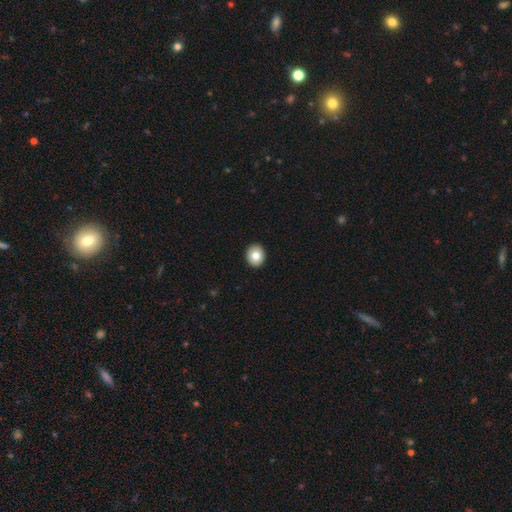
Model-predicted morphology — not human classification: type=smooth (79%); roundness=round (77%); merging=none (93%).